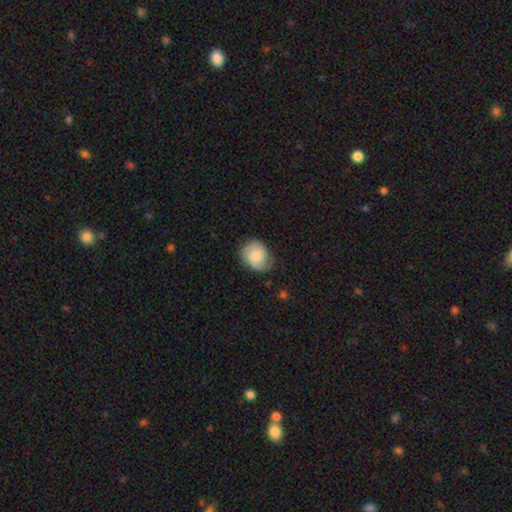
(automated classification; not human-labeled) Q: Smooth or featured?
A: smooth (64%); runner-up: featured or disk (28%)
Q: How rounded?
A: round (58%); runner-up: in between (41%)
Q: Merging?
A: none (63%); runner-up: minor disturbance (27%)